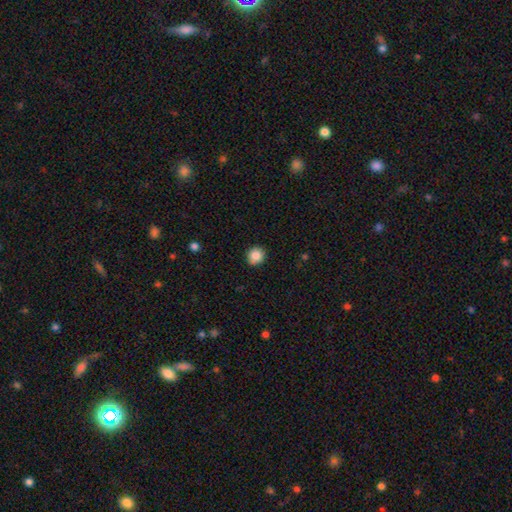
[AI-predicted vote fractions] Smooth or featured?
  - smooth: 86% *
  - star or artifact: 9%
  - featured or disk: 4%
How rounded?
  - round: 88% *
  - in between: 11%
  - cigar-shaped: 1%
Merging?
  - none: 89% *
  - minor disturbance: 8%
  - major disturbance: 2%
  - merger: 1%